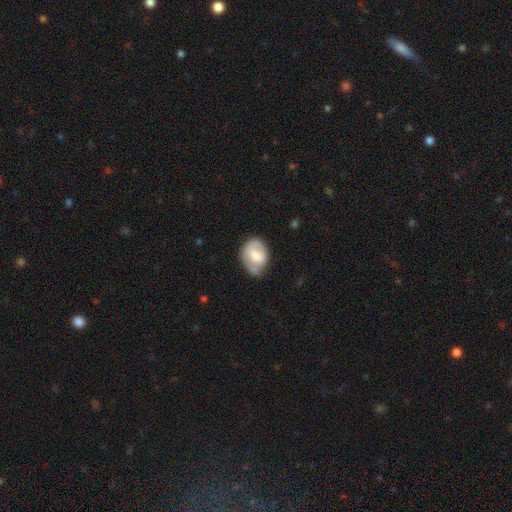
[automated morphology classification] smooth-or-featured: smooth: 58% | featured or disk: 36% | star or artifact: 6%
  how-rounded: in between: 69% | round: 30% | cigar-shaped: 1%
  merging: none: 49% | minor disturbance: 37% | major disturbance: 10% | merger: 4%